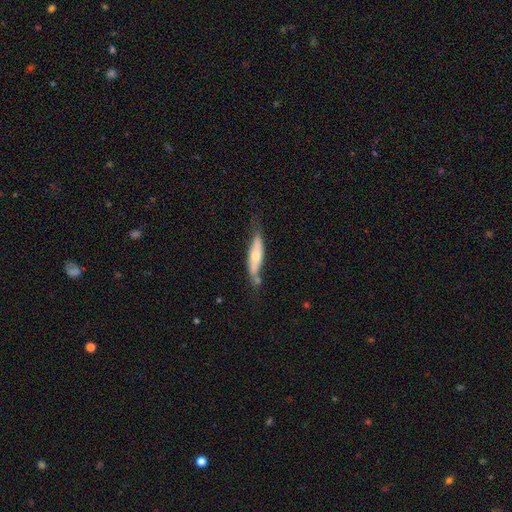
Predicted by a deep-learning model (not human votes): This is possibly a smooth galaxy (50%). Merging: possibly none (51%).